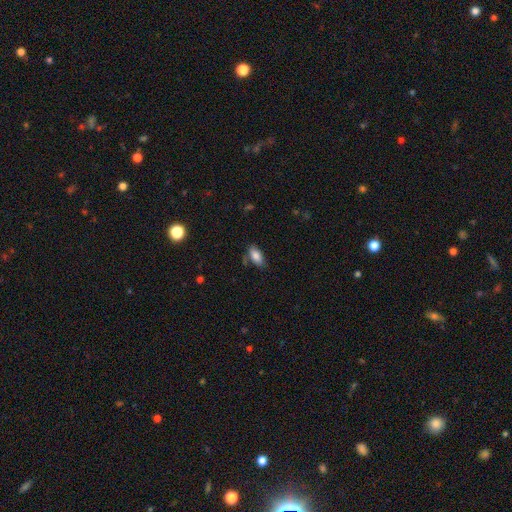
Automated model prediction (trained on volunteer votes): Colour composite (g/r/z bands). It shows a smooth galaxy with no disk features (84%) that is in between round and cigar-shaped (90%). Merging: none (72%).